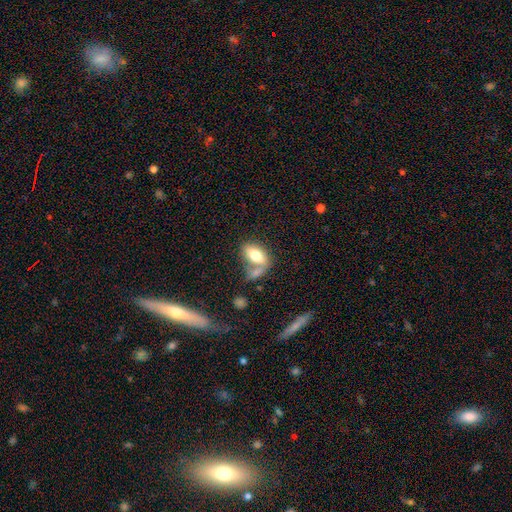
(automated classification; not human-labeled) The model was most divided on "merging": none: 38%, merger: 36%, minor disturbance: 16%, major disturbance: 11%. More confident: how rounded — in between (87%); smooth or featured — smooth (70%).